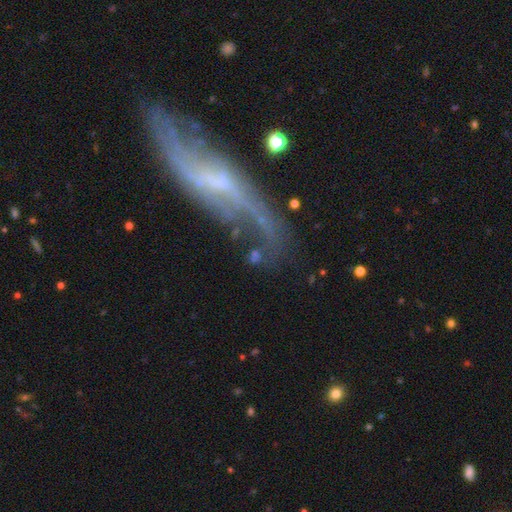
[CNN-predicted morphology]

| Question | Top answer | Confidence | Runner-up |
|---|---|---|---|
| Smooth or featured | featured or disk | 51% | smooth (28%) |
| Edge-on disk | no | 70% | yes (30%) |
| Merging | none | 47% | major disturbance (25%) |